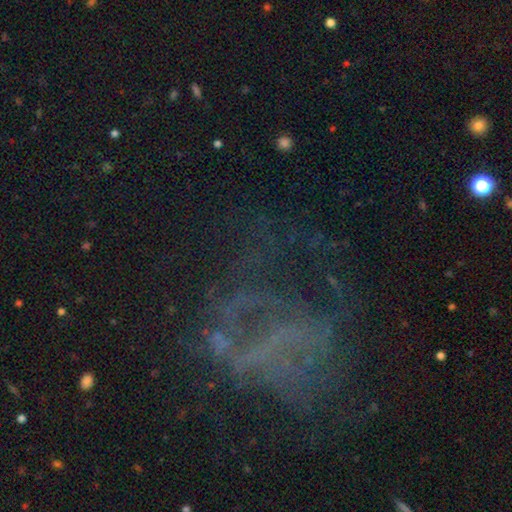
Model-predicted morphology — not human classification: featured or disk 51%, star or artifact 32%, smooth 17%. Down the decision tree: edge-on disk — no (97%); merging — none (41%).